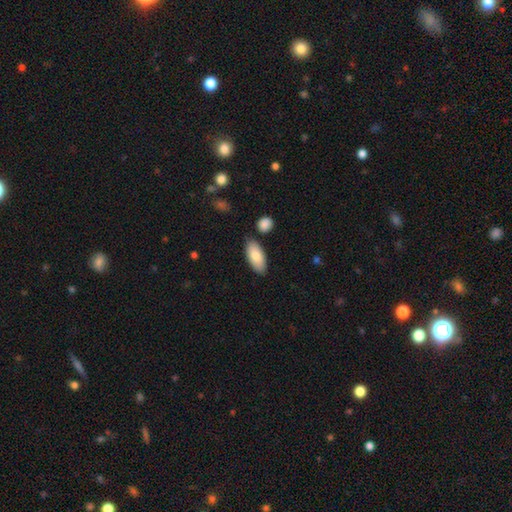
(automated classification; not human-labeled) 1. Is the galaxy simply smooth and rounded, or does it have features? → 83% smooth, 12% featured or disk, 5% star or artifact.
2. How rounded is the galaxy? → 88% in between, 10% cigar-shaped, 2% round.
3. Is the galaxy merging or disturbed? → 82% none, 11% minor disturbance, 4% merger, 2% major disturbance.